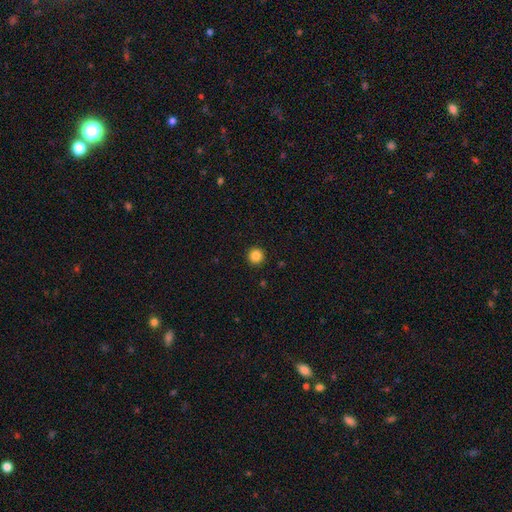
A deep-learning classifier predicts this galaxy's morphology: smooth-or-featured: smooth: 86% | star or artifact: 11% | featured or disk: 3%
  how-rounded: round: 96% | in between: 3% | cigar-shaped: 1%
  merging: none: 93% | minor disturbance: 4% | major disturbance: 1% | merger: 1%